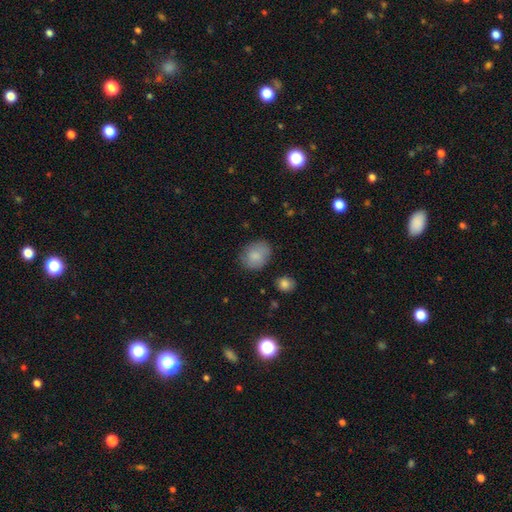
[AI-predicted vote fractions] smooth_or_featured: smooth (p=0.82) [alt: featured or disk p=0.10]
how_rounded: round (p=0.50) [alt: in between p=0.49]
merging: none (p=0.74) [alt: minor disturbance p=0.19]